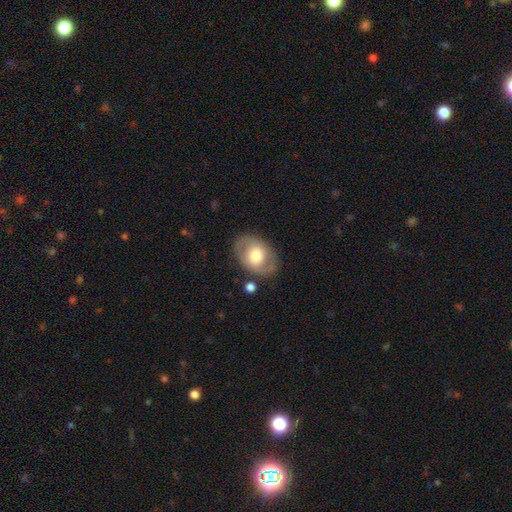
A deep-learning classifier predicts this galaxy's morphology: smooth-or-featured: smooth: 58% | featured or disk: 36% | star or artifact: 7%
  how-rounded: in between: 75% | round: 24% | cigar-shaped: 1%
  merging: none: 77% | minor disturbance: 15% | major disturbance: 5% | merger: 3%